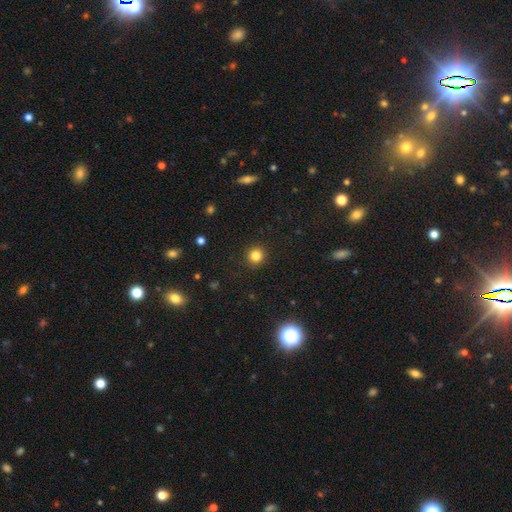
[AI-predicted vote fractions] Smooth or featured: smooth — 83% (star or artifact — 12%)
How rounded: round — 94% (in between — 5%)
Merging: none — 92% (minor disturbance — 5%)